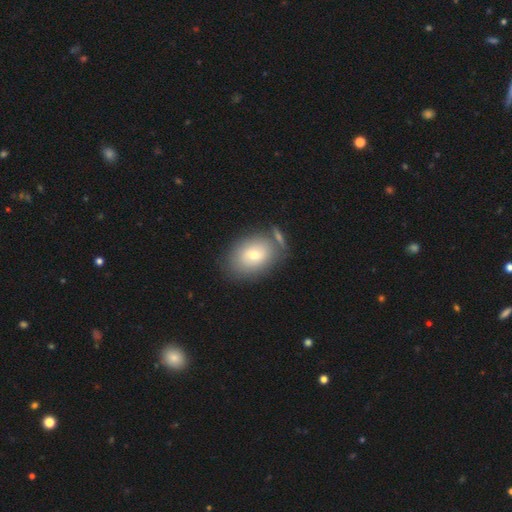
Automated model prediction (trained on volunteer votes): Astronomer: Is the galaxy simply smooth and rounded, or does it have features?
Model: smooth — 67%.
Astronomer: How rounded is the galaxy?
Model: in between — 74%.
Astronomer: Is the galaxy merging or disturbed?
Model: none — 66%.